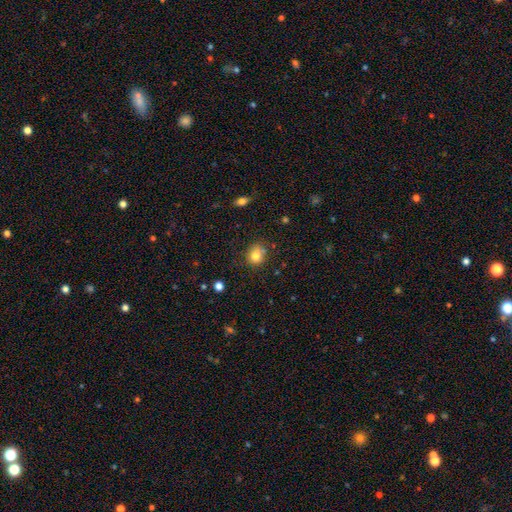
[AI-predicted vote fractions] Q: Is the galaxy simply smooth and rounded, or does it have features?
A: smooth — 80%.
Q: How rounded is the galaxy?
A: round — 64%.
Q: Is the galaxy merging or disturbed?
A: none — 69%.